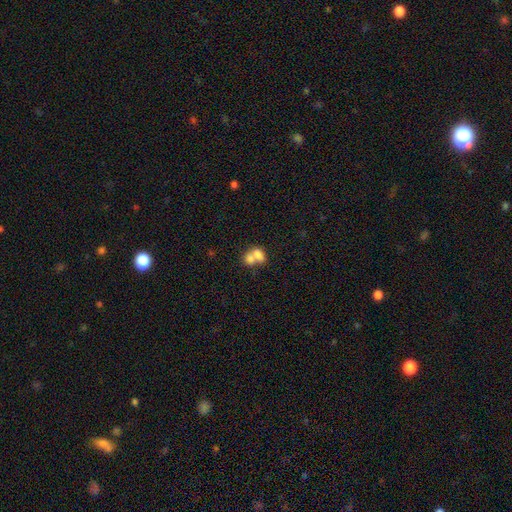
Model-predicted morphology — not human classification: smooth-or-featured: smooth: 73% | featured or disk: 18% | star or artifact: 9%
  how-rounded: in between: 72% | round: 26% | cigar-shaped: 2%
  merging: merger: 72% | none: 18% | minor disturbance: 6% | major disturbance: 4%